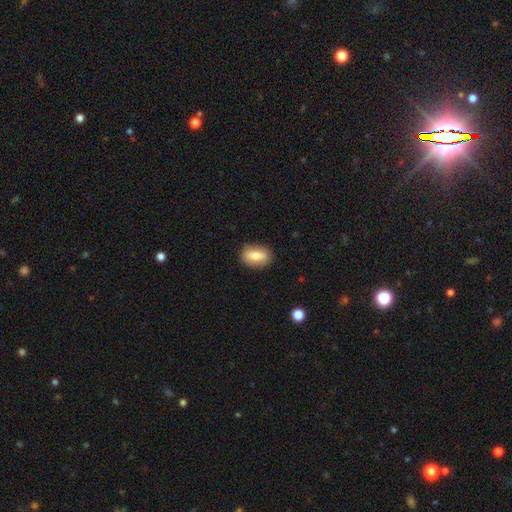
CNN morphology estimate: A smooth galaxy with no disk features (76%) that is in between round and cigar-shaped (81%).

Vote fractions:
- Smooth or featured? smooth: 76% / featured or disk: 17% / star or artifact: 7%
- How rounded? in between: 81% / round: 14% / cigar-shaped: 4%
- Merging? none: 86% / minor disturbance: 10% / major disturbance: 3% / merger: 1%